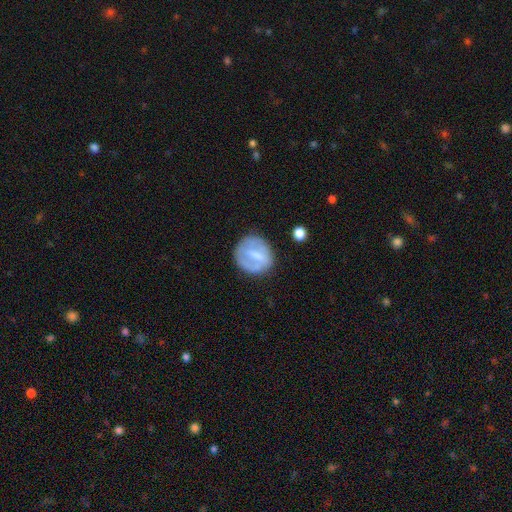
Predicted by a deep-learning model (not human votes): A featured or disk galaxy (47%, tied with smooth). Merging: none (71%).